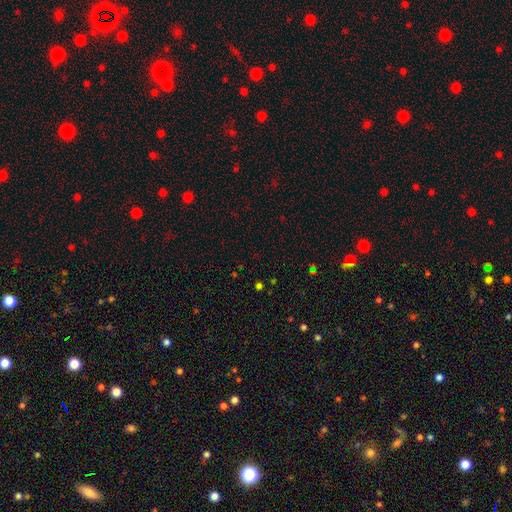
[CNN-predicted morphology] This is possibly a star or artifact rather than a galaxy (59%).